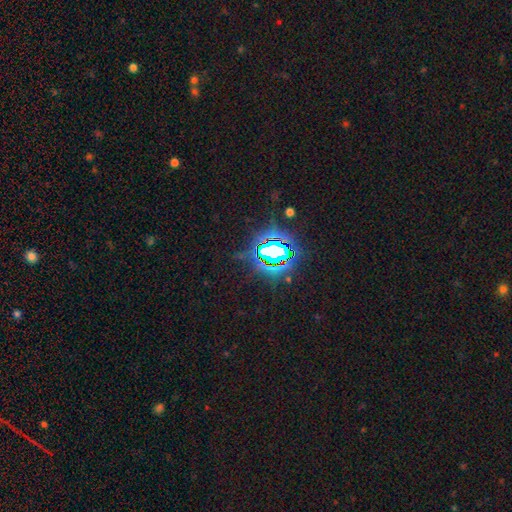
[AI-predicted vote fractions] smooth_or_featured: star or artifact (p=0.83) [alt: smooth p=0.10]